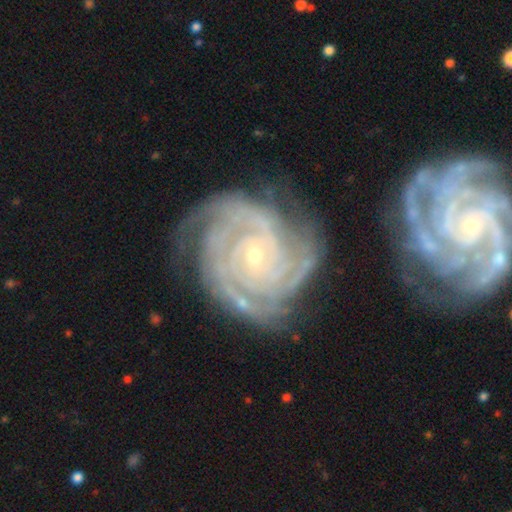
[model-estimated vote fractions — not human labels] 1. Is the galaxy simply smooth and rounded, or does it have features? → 92% featured or disk, 5% star or artifact, 3% smooth.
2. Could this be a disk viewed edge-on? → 98% no, 2% yes.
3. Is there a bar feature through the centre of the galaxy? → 62% no, 26% weak, 12% strong.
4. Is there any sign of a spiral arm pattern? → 98% yes, 2% no.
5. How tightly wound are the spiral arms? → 82% tight, 16% medium, 2% loose.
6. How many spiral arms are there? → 29% 4, 24% 3, 16% can't tell, 13% 2, 11% more than 4, 7% 1.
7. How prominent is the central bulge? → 78% small, 19% moderate, 1% large, 1% none, 1% dominant.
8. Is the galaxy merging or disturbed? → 60% none, 22% minor disturbance, 10% major disturbance, 9% merger.